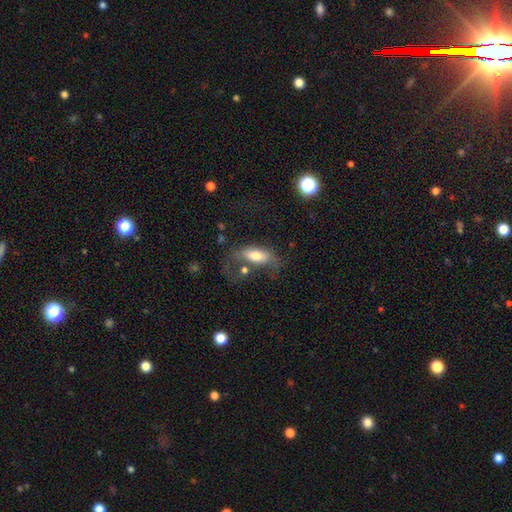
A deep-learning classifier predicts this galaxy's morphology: smooth-or-featured: smooth: 66% | featured or disk: 26% | star or artifact: 8%
  how-rounded: in between: 82% | cigar-shaped: 14% | round: 4%
  merging: major disturbance: 41% | none: 27% | minor disturbance: 18% | merger: 14%